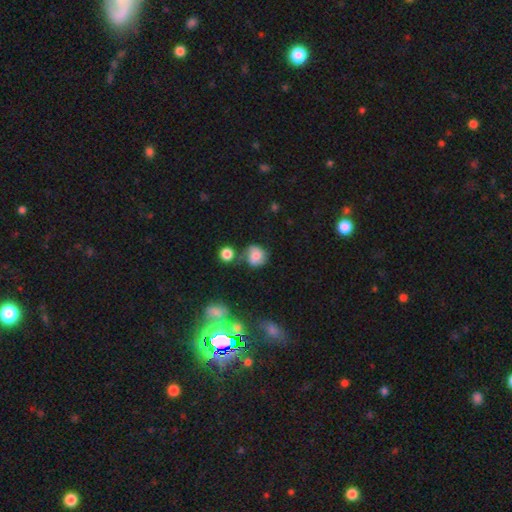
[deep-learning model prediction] smooth 64%, featured or disk 24%, star or artifact 12%. Down the decision tree: how rounded — round (75%); merging — none (58%).